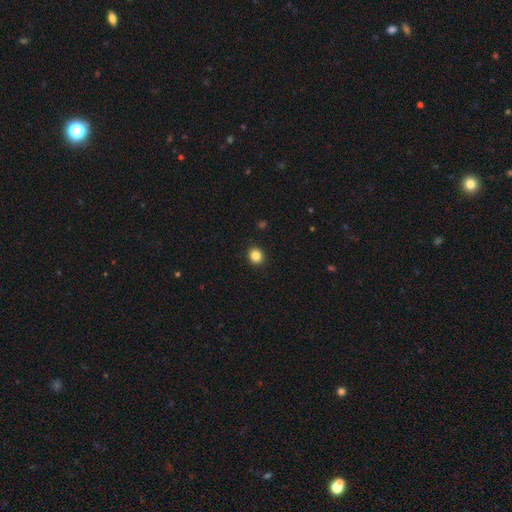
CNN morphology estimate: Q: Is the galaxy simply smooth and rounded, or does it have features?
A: smooth — 85%.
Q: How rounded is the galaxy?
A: round — 82%.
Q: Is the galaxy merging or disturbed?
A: none — 92%.